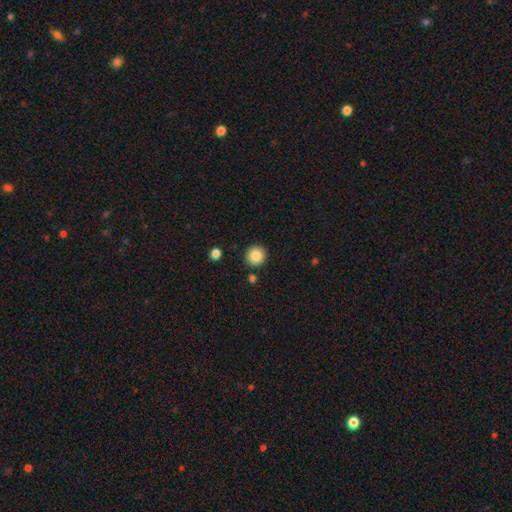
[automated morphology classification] Smooth or featured? smooth (87%)
How rounded? round (95%)
Merging? none (90%)